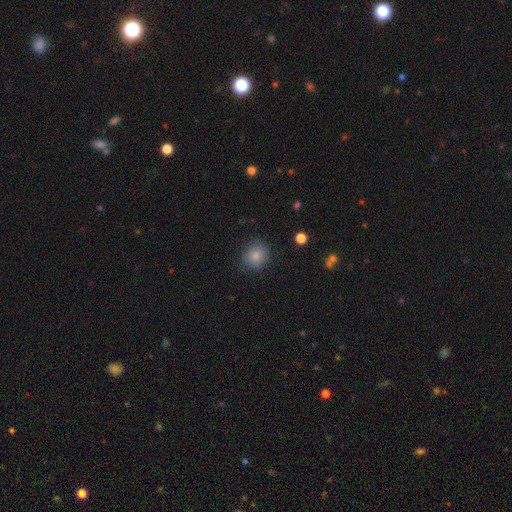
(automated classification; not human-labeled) This is clearly a smooth galaxy (84%). How rounded: likely round (79%). Merging: clearly none (82%).